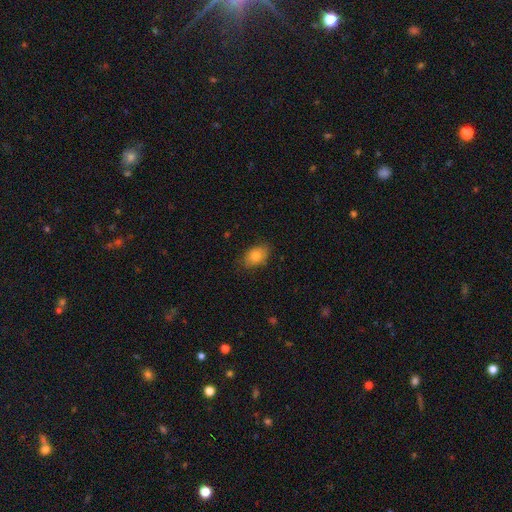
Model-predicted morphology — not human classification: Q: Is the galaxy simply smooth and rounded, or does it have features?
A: smooth — 81%.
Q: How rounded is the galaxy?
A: in between — 84%.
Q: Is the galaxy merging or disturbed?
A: none — 81%.